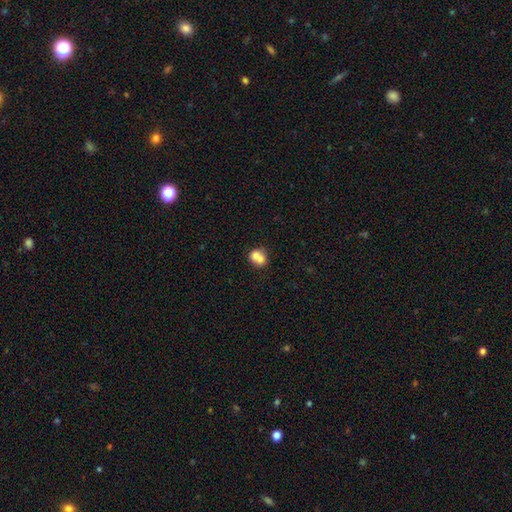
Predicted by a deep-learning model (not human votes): Smooth or featured?
  - smooth: 71% *
  - featured or disk: 19%
  - star or artifact: 10%
How rounded?
  - round: 66% *
  - in between: 33%
  - cigar-shaped: 1%
Merging?
  - merger: 61% *
  - none: 28%
  - minor disturbance: 7%
  - major disturbance: 3%